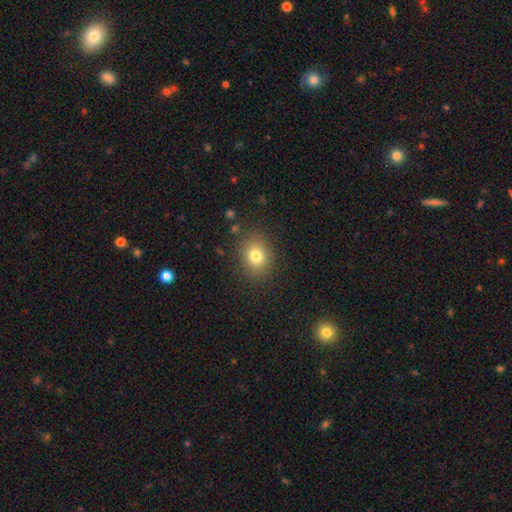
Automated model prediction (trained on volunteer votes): Smooth or featured? Predicted: smooth (p=0.78). How rounded? Predicted: round (p=0.54). Merging? Predicted: none (p=0.86).